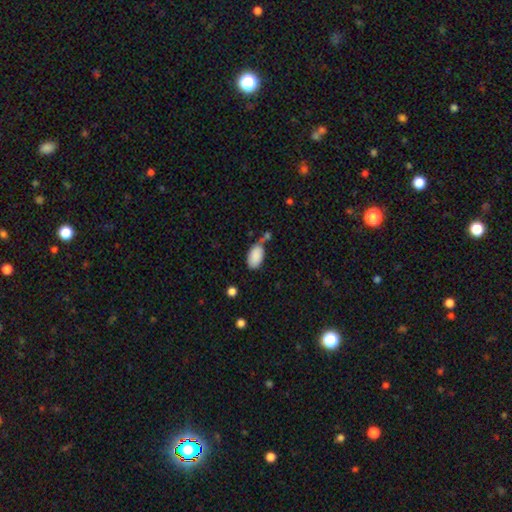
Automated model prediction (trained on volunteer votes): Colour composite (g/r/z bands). It shows a smooth galaxy with no disk features (88%) that is in between round and cigar-shaped (94%). Merging: none (49%).